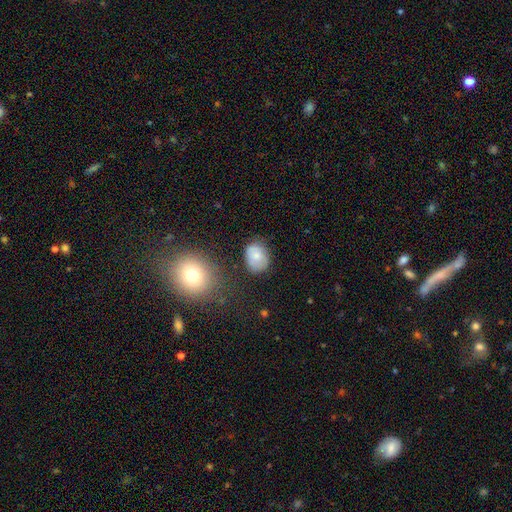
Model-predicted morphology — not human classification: smooth 73%, featured or disk 18%, star or artifact 9%. Down the decision tree: how rounded — in between (56%); merging — none (67%).